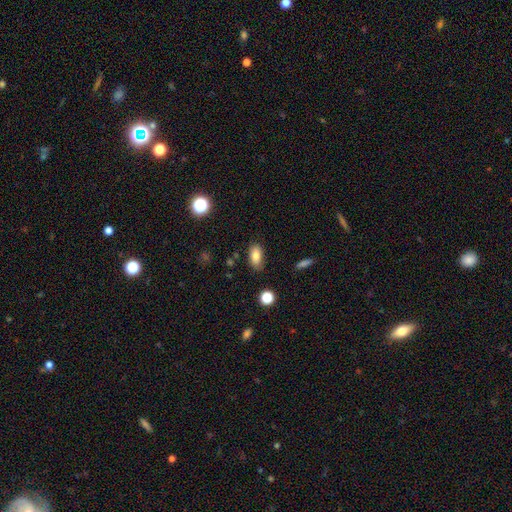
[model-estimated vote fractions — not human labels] This is clearly a smooth galaxy (80%). How rounded: clearly in between (89%). Merging: clearly none (80%).